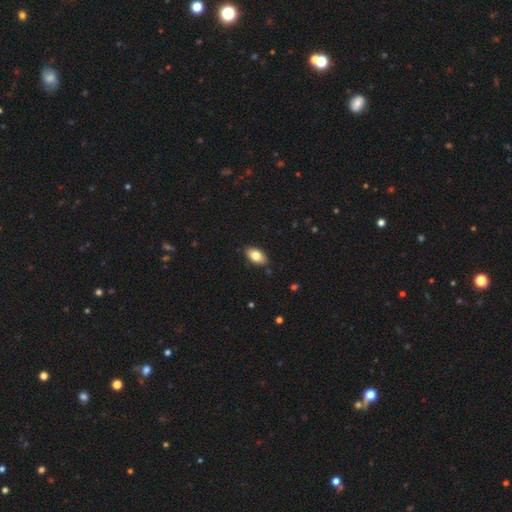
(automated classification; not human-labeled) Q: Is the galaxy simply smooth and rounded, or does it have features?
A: smooth — 81%.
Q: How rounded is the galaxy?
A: in between — 92%.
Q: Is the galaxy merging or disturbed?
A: none — 86%.